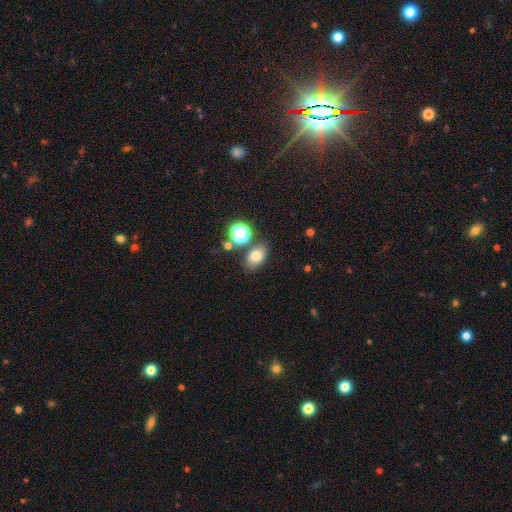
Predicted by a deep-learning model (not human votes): A smooth galaxy with no disk features (75%) that is in between round and cigar-shaped (75%).

Vote fractions:
- Smooth or featured? smooth: 75% / star or artifact: 15% / featured or disk: 10%
- How rounded? in between: 75% / round: 24% / cigar-shaped: 1%
- Merging? none: 74% / minor disturbance: 13% / merger: 10% / major disturbance: 4%